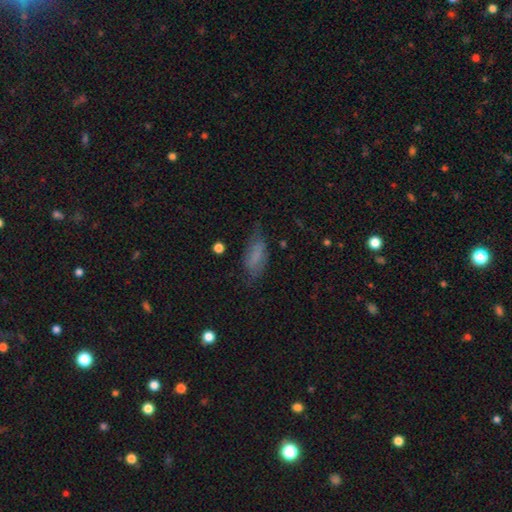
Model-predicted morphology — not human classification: This is likely a smooth galaxy (61%). How rounded: clearly in between (80%). Merging: possibly none (53%).